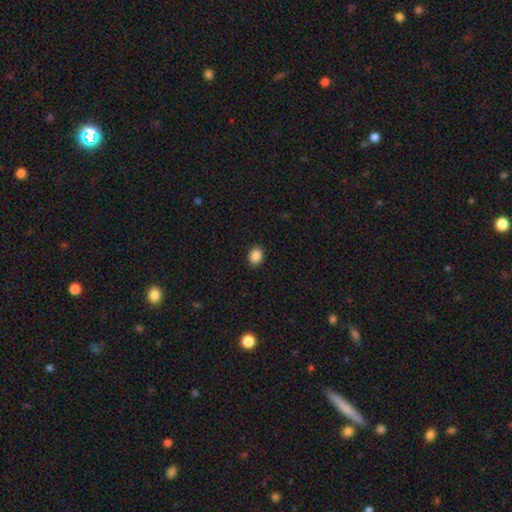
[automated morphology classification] Smooth or featured: smooth — 88% (star or artifact — 9%)
How rounded: round — 55% (in between — 44%)
Merging: none — 91% (minor disturbance — 6%)